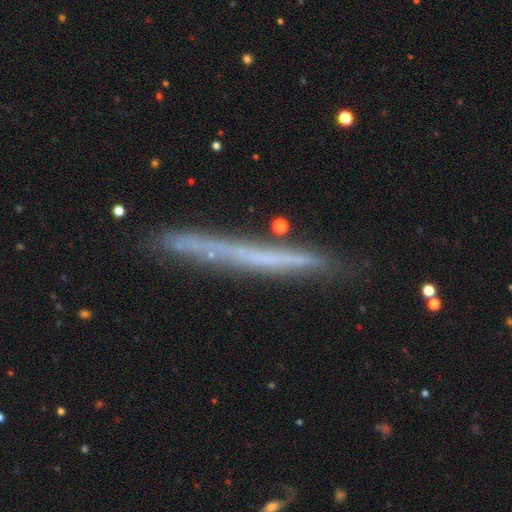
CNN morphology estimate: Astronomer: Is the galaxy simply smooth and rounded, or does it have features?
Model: featured or disk — 54% (runner-up: smooth, 37%).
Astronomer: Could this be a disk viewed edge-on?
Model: yes — 93%.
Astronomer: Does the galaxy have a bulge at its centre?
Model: none — 93%.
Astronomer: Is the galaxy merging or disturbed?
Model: none — 83%.